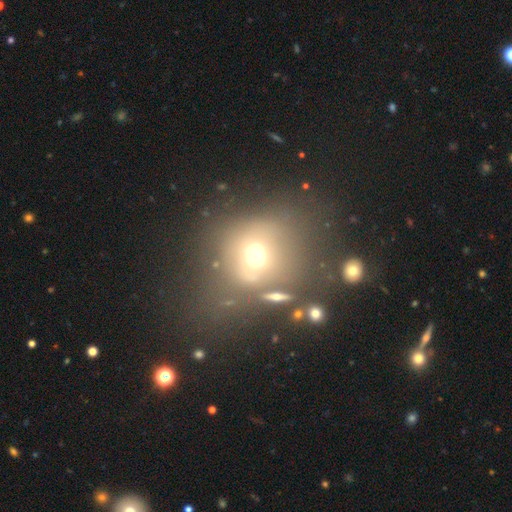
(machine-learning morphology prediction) Q: Smooth or featured?
A: smooth (53%); runner-up: featured or disk (25%)
Q: How rounded?
A: round (71%); runner-up: in between (27%)
Q: Merging?
A: none (50%); runner-up: minor disturbance (20%)